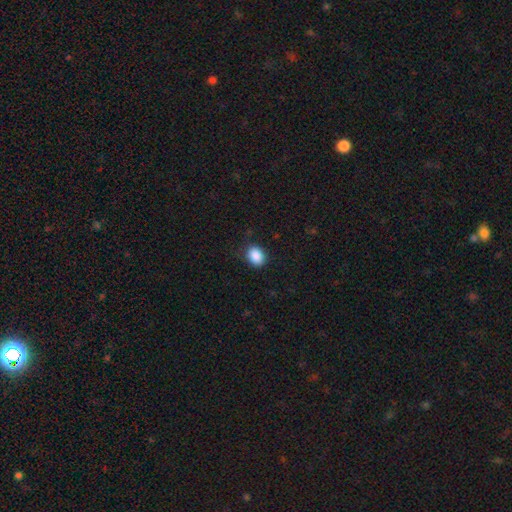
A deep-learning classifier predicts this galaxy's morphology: smooth_or_featured: smooth (p=0.88) [alt: star or artifact p=0.08]
how_rounded: in between (p=0.60) [alt: round p=0.39]
merging: none (p=0.81) [alt: minor disturbance p=0.14]